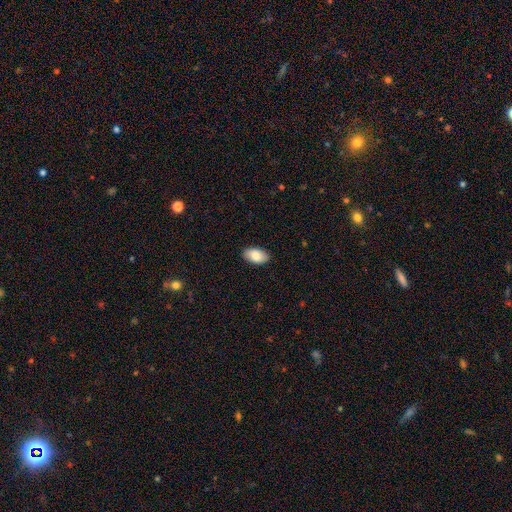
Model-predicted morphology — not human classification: Q: Smooth or featured?
A: smooth (84%); runner-up: featured or disk (10%)
Q: How rounded?
A: in between (94%); runner-up: round (4%)
Q: Merging?
A: none (88%); runner-up: minor disturbance (9%)